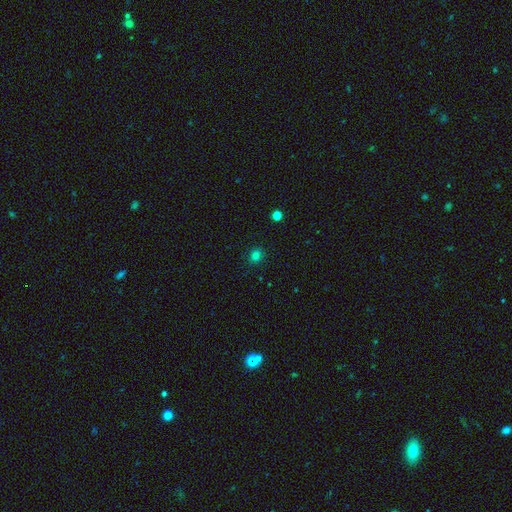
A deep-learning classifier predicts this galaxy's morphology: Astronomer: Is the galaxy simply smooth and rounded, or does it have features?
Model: smooth — 78%.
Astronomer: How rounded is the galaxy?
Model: round — 77%.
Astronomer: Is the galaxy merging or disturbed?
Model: none — 88%.